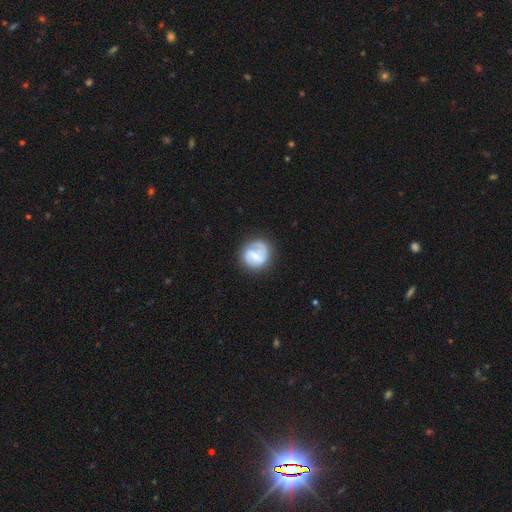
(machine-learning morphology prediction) This is likely a featured or disk galaxy (65%). It is clearly not viewed edge-on (98%). Bar: possibly weak (52%). Spiral arm pattern: clearly yes (87%). Spiral arm count: likely 2 (62%). Spiral winding: marginally medium (42%). Central bulge: possibly small (48%). Merging: likely none (73%).